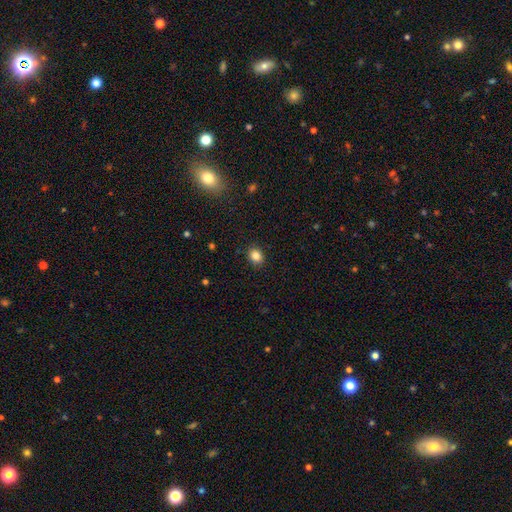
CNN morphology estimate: smooth 85%, star or artifact 11%, featured or disk 5%. Down the decision tree: how rounded — round (62%); merging — none (89%).